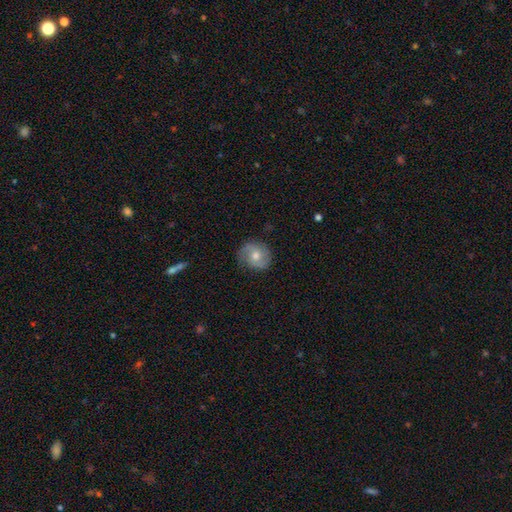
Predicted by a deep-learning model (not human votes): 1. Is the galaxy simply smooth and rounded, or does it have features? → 61% featured or disk, 30% smooth, 9% star or artifact.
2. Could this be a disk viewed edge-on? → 97% no, 3% yes.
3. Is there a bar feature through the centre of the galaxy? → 65% no, 29% weak, 6% strong.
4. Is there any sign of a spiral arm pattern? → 88% yes, 12% no.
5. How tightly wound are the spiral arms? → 42% medium, 37% tight, 21% loose.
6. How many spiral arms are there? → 78% 2, 12% can't tell, 4% 1, 3% 3, 1% 4, 1% more than 4.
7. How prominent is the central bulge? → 65% moderate, 30% small, 3% large, 1% none, 1% dominant.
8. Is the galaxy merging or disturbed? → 81% none, 14% minor disturbance, 4% major disturbance, 1% merger.